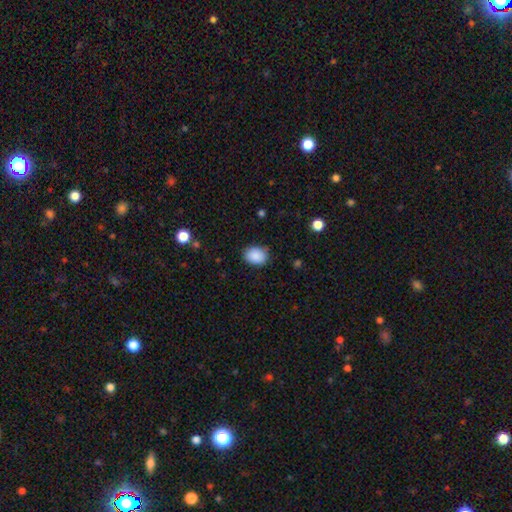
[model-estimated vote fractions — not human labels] smooth 89%, star or artifact 8%, featured or disk 3%. Down the decision tree: how rounded — in between (63%); merging — none (81%).